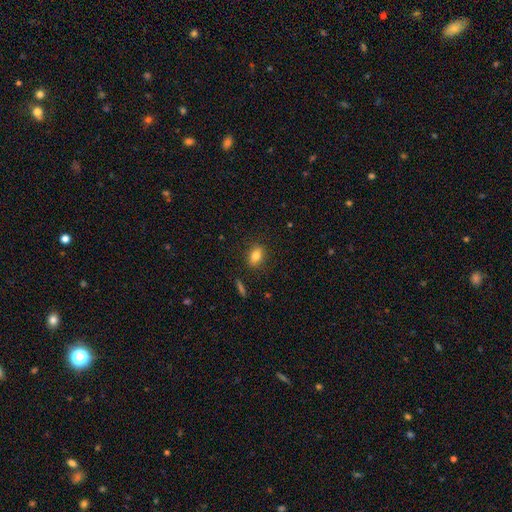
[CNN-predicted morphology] A smooth galaxy with no disk features (80%) that is in between round and cigar-shaped (76%). Merging: none (86%).